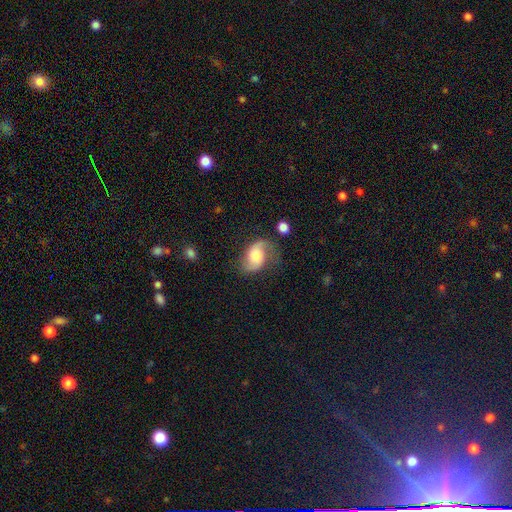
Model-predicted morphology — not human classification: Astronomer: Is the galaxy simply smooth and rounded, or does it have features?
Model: featured or disk — 67%.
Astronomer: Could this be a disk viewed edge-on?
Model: no — 97%.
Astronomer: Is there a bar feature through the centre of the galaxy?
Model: no — 61%.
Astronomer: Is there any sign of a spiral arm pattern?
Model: yes — 92%.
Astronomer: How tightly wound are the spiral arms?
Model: loose — 51% (runner-up: medium, 38%).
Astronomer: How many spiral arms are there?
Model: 2 — 84%.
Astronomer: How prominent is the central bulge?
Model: moderate — 48%.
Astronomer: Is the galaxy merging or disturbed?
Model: none — 59%.